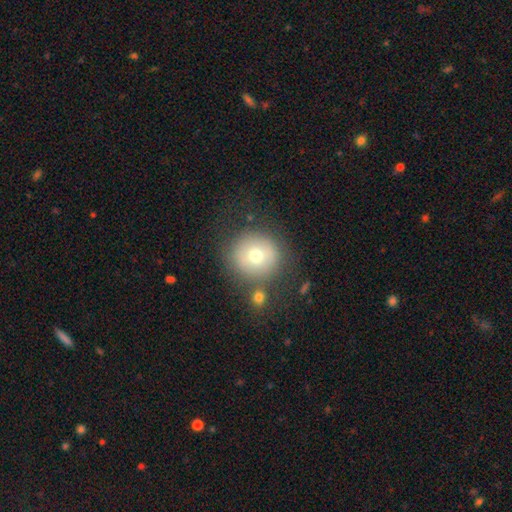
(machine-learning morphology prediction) Smooth or featured?
  - smooth: 68% *
  - featured or disk: 20%
  - star or artifact: 11%
How rounded?
  - round: 94% *
  - in between: 5%
  - cigar-shaped: 1%
Merging?
  - none: 77% *
  - minor disturbance: 11%
  - merger: 7%
  - major disturbance: 5%